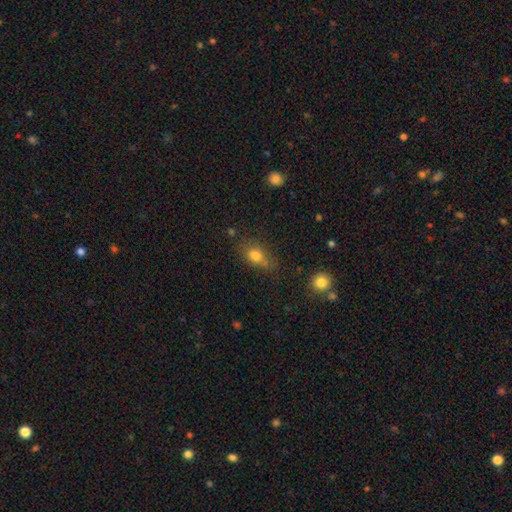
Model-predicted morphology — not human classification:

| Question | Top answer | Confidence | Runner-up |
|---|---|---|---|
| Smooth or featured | smooth | 76% | star or artifact (13%) |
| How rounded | in between | 70% | round (26%) |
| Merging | none | 61% | minor disturbance (24%) |